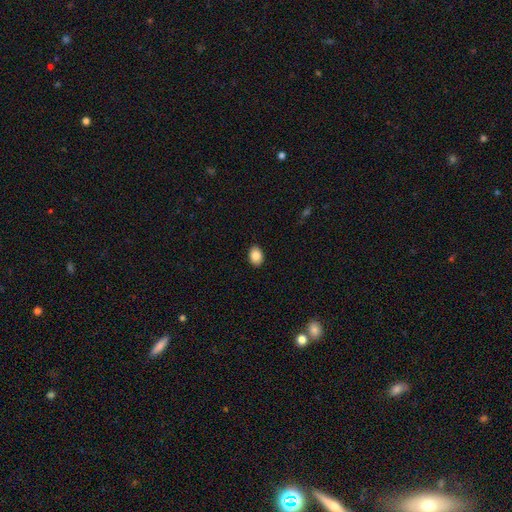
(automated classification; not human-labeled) Q: Smooth or featured?
A: smooth (88%); runner-up: star or artifact (8%)
Q: How rounded?
A: in between (79%); runner-up: round (20%)
Q: Merging?
A: none (90%); runner-up: minor disturbance (8%)